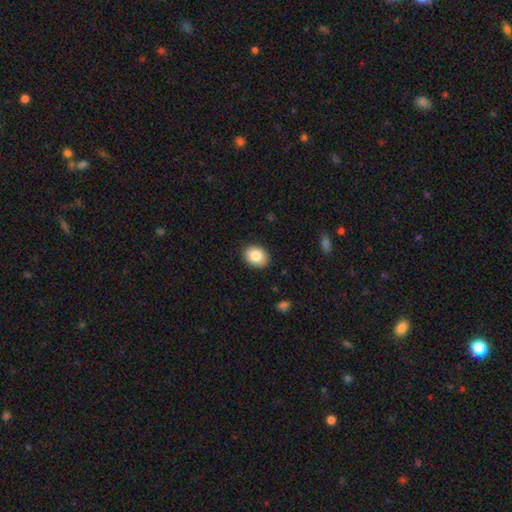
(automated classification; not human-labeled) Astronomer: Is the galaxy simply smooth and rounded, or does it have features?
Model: smooth — 85%.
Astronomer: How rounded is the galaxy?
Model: in between — 57% (runner-up: round, 42%).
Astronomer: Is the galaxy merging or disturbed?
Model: none — 88%.